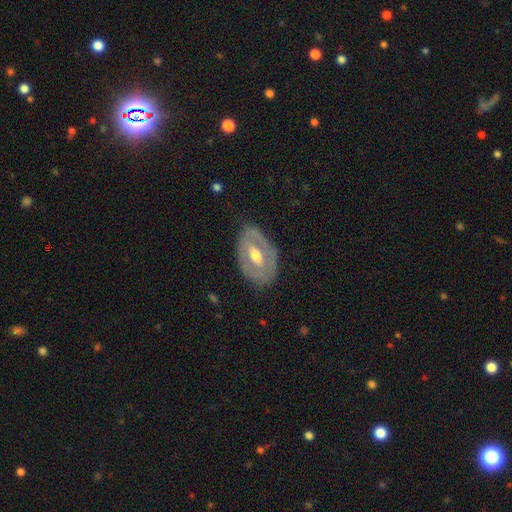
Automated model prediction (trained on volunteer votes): Morphology: type=featured or disk (63%); edge-on=no (90%); bar=no (39%); spiral arms=no (71%); bulge=moderate (72%); merging=none (74%).